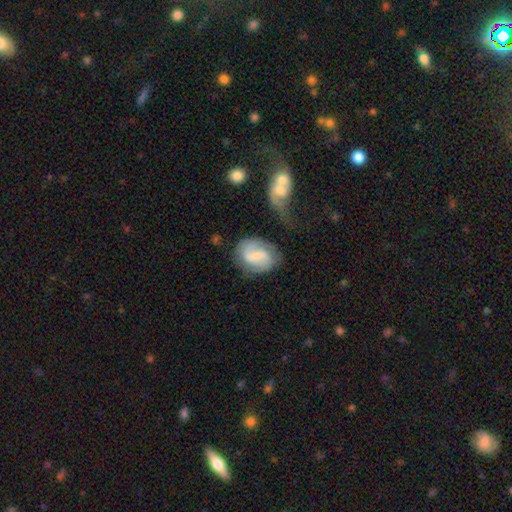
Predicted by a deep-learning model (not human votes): Morphology: type=featured or disk (60%); edge-on=no (97%); bar=weak (50%); spiral arms=yes (88%); winding=medium (46%); arm count=2 (78%); bulge=small (45%); merging=none (55%).